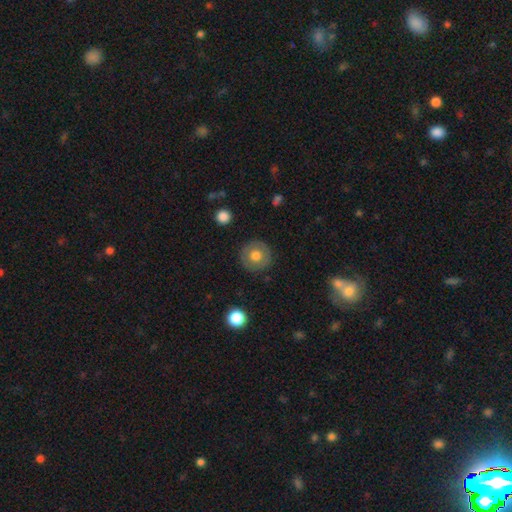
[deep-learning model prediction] Smooth or featured?
  - smooth: 67% *
  - featured or disk: 25%
  - star or artifact: 8%
How rounded?
  - round: 94% *
  - in between: 5%
  - cigar-shaped: 1%
Merging?
  - none: 88% *
  - minor disturbance: 8%
  - major disturbance: 3%
  - merger: 1%